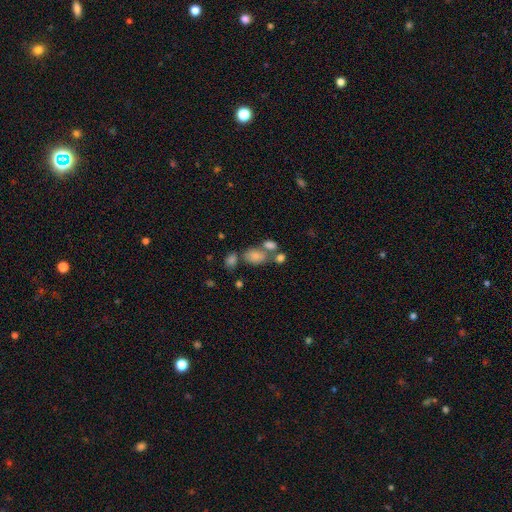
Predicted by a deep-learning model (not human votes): This appears to be a smooth galaxy with no disk features (60%) that is in between round and cigar-shaped (66%). Merging: none (44%).